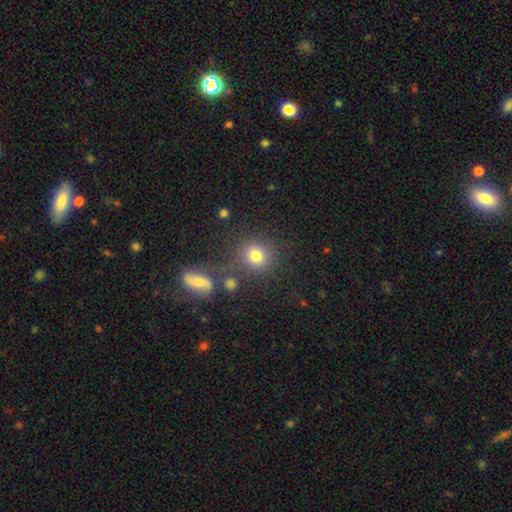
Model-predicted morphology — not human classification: This appears to be a smooth galaxy with no disk features (76%) that is round (84%). Merging: none (76%).